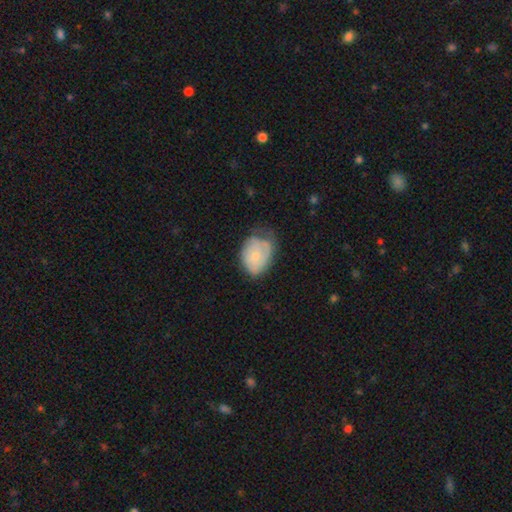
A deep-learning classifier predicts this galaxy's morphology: Smooth or featured? smooth (54%)
How rounded? in between (67%)
Merging? minor disturbance (40%)